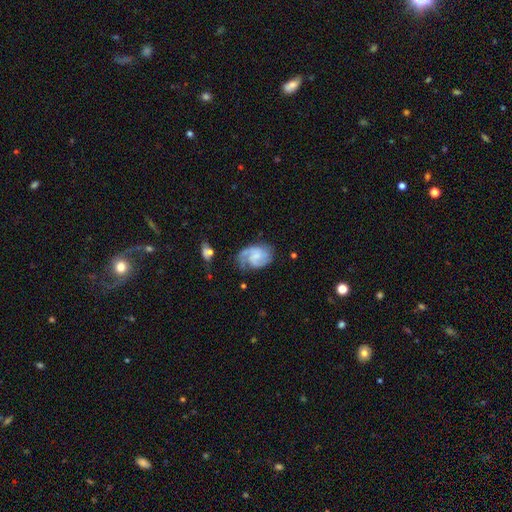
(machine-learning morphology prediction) Q: Smooth or featured?
A: featured or disk (75%); runner-up: smooth (19%)
Q: Edge-on disk?
A: no (98%); runner-up: yes (2%)
Q: Bar?
A: no (52%); runner-up: weak (41%)
Q: Spiral arms?
A: yes (94%); runner-up: no (6%)
Q: Spiral winding?
A: medium (46%); runner-up: tight (35%)
Q: Spiral arm count?
A: 2 (57%); runner-up: can't tell (15%)
Q: Bulge size?
A: small (41%); runner-up: none (30%)
Q: Merging?
A: none (54%); runner-up: minor disturbance (26%)